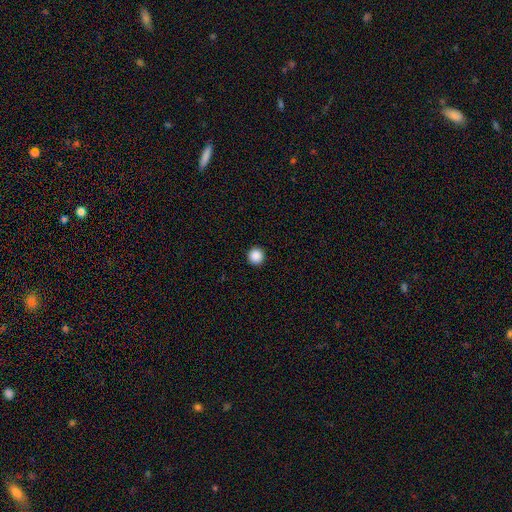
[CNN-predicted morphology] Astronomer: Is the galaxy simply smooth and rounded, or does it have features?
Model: smooth — 89%.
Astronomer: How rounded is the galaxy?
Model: round — 96%.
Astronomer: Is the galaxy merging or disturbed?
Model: none — 94%.